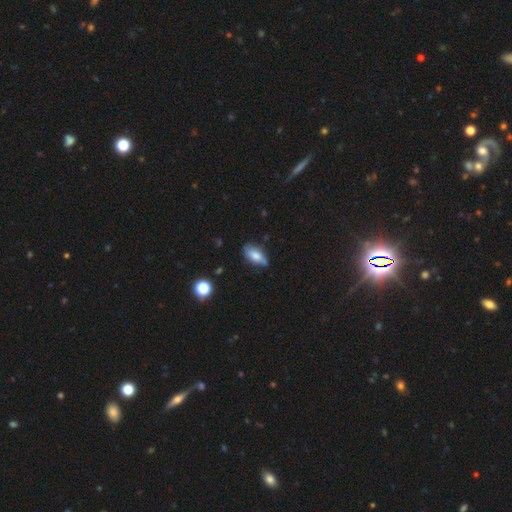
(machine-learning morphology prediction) The model was most divided on "merging": none: 61%, minor disturbance: 30%, major disturbance: 5%, merger: 4%. More confident: how rounded — in between (88%); smooth or featured — smooth (71%).